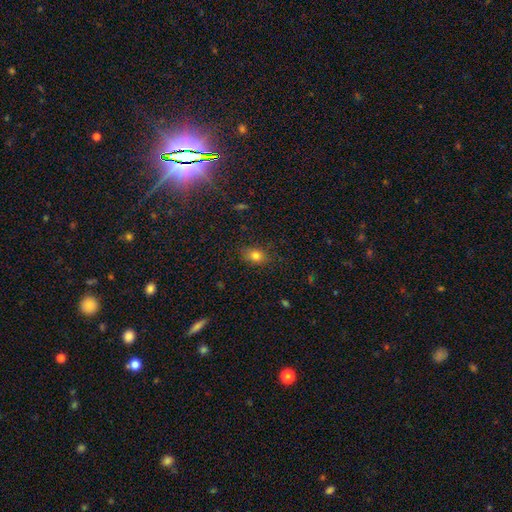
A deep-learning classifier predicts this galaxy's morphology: Overall: smooth (80%). How rounded: in between (69%; round 29%). Merging: none (81%).